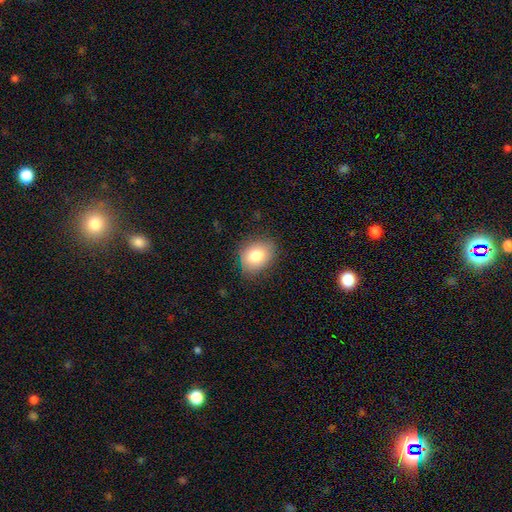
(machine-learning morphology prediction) smooth 83%, featured or disk 9%, star or artifact 8%. Down the decision tree: how rounded — in between (64%); merging — none (79%).